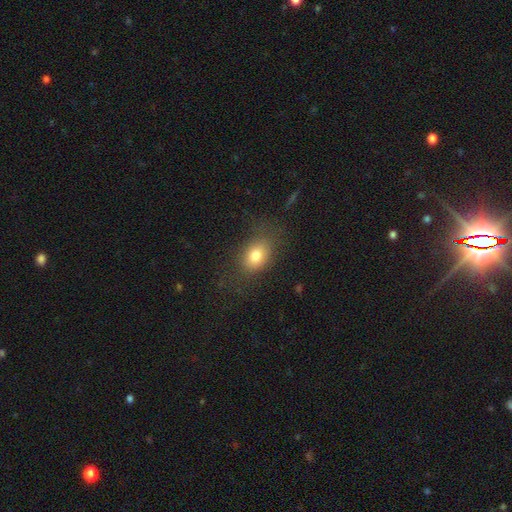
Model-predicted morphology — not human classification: Smooth or featured? Predicted: smooth (p=0.78). How rounded? Predicted: in between (p=0.68). Merging? Predicted: none (p=0.74).